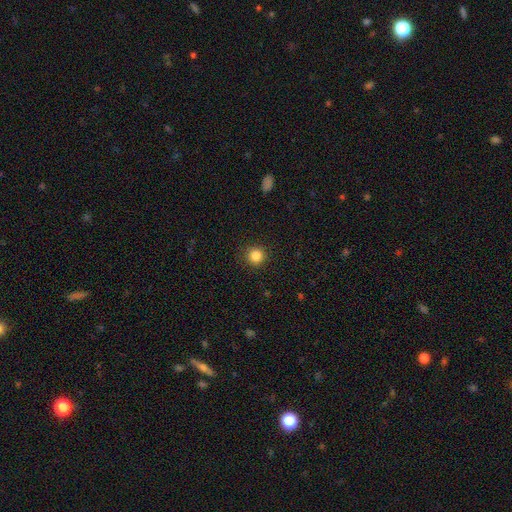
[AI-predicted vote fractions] Q: Smooth or featured?
A: smooth (84%); runner-up: star or artifact (12%)
Q: How rounded?
A: round (94%); runner-up: in between (5%)
Q: Merging?
A: none (91%); runner-up: minor disturbance (6%)